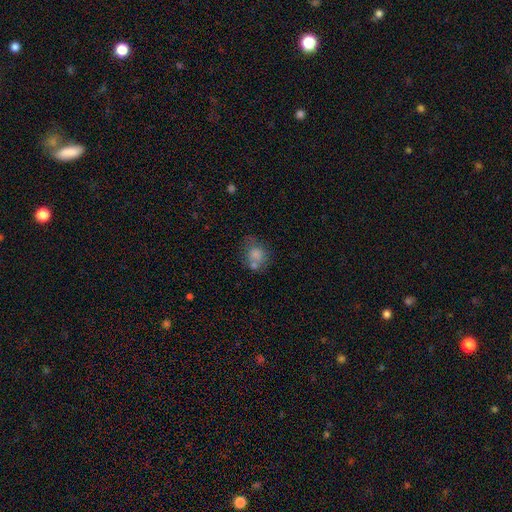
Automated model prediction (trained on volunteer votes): This appears to be a smooth galaxy with no disk features (74%) that is round (67%). Merging: none (43%).